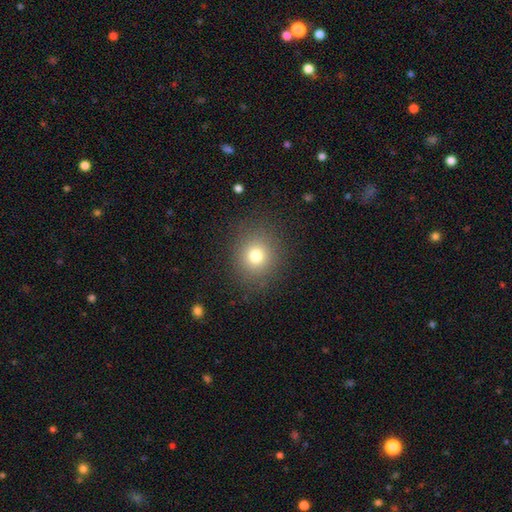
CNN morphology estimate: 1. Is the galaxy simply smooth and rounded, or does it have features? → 76% smooth, 15% star or artifact, 9% featured or disk.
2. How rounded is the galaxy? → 82% round, 17% in between, 1% cigar-shaped.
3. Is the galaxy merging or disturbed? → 87% none, 8% minor disturbance, 4% major disturbance, 1% merger.